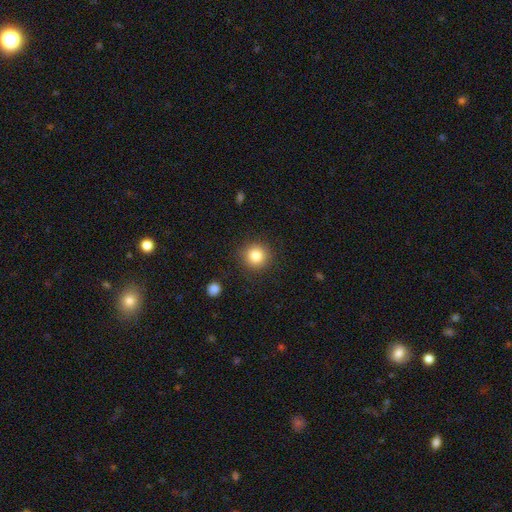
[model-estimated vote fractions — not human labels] This is clearly a smooth galaxy (83%). How rounded: clearly round (94%). Merging: clearly none (89%).